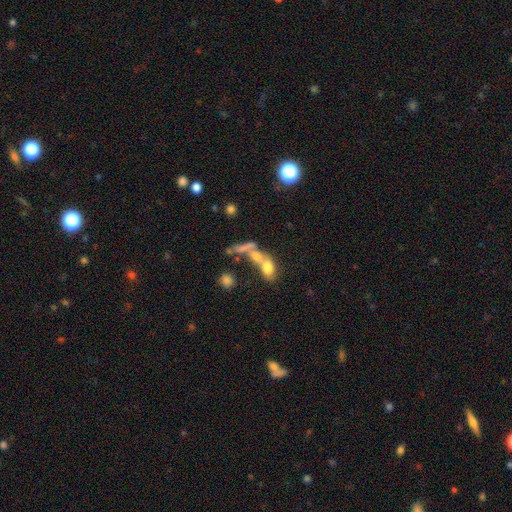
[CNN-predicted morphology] Smooth or featured?
  - smooth: 60% *
  - featured or disk: 27%
  - star or artifact: 13%
How rounded?
  - in between: 66% *
  - round: 17%
  - cigar-shaped: 17%
Merging?
  - merger: 62% *
  - none: 21%
  - major disturbance: 10%
  - minor disturbance: 8%